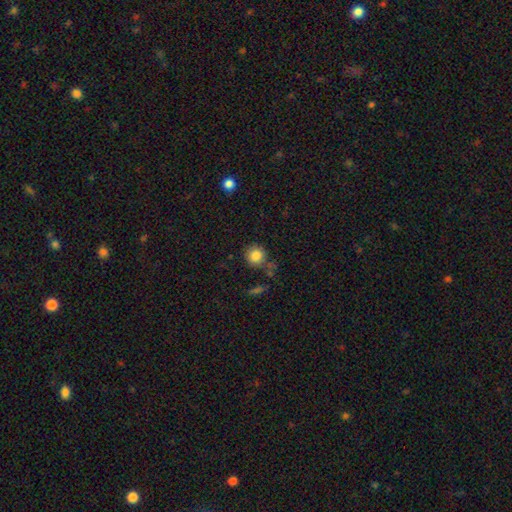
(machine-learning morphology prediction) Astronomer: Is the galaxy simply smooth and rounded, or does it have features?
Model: smooth — 85%.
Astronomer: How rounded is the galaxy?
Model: round — 90%.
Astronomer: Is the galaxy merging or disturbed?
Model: none — 75%.